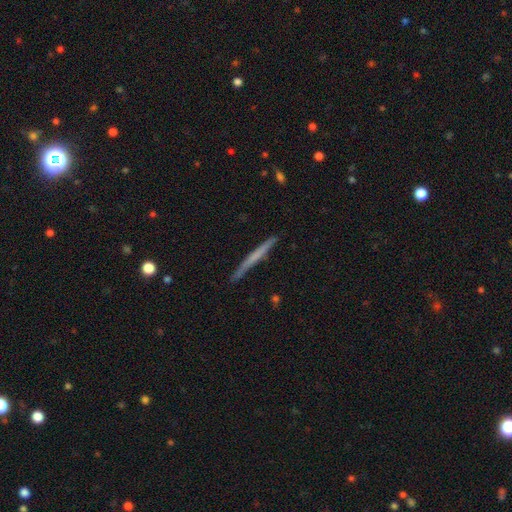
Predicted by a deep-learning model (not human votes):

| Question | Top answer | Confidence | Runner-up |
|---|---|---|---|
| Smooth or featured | featured or disk | 51% | smooth (43%) |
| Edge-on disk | yes | 97% | no (3%) |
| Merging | none | 89% | minor disturbance (8%) |